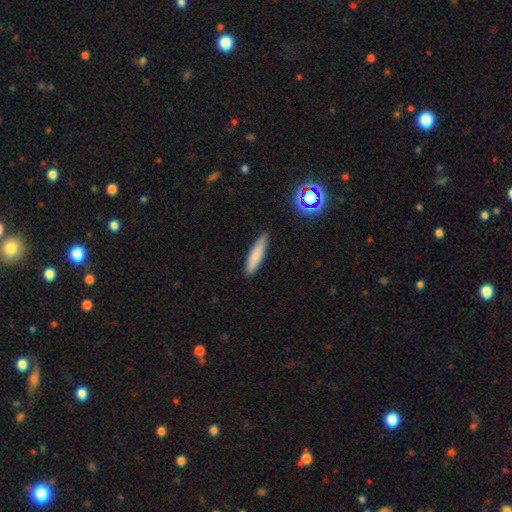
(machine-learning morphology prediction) Smooth or featured?
  - smooth: 81% *
  - featured or disk: 12%
  - star or artifact: 8%
How rounded?
  - cigar-shaped: 81% *
  - in between: 18%
  - round: 1%
Merging?
  - none: 88% *
  - minor disturbance: 9%
  - major disturbance: 2%
  - merger: 1%